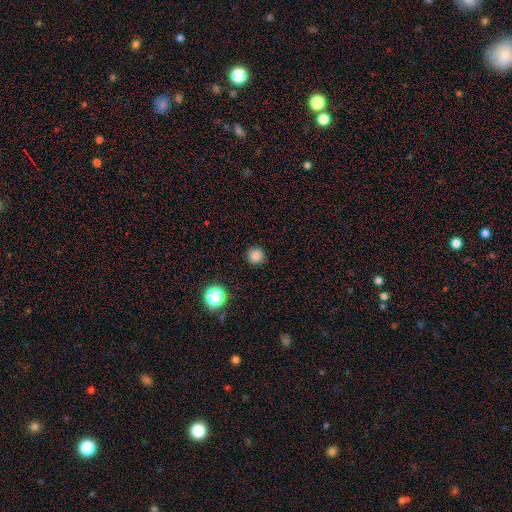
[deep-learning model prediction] Smooth or featured? smooth (82%)
How rounded? round (95%)
Merging? none (91%)